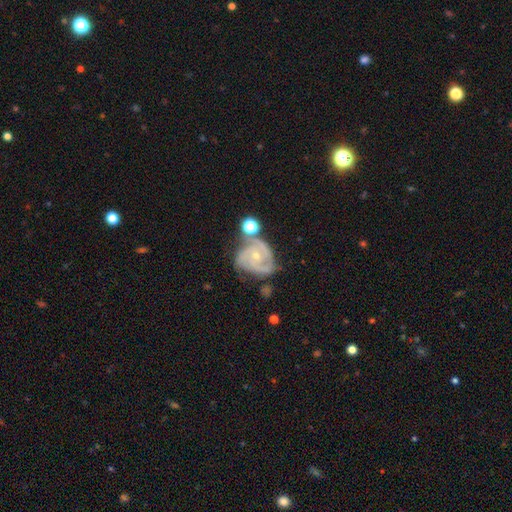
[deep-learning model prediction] Smooth or featured: featured or disk — 85% (smooth — 9%)
Edge-on disk: no — 98% (yes — 2%)
Bar: no — 70% (weak — 25%)
Spiral arms: yes — 96% (no — 4%)
Spiral winding: tight — 54% (medium — 39%)
Spiral arm count: 3 — 48% (2 — 26%)
Bulge size: small — 65% (moderate — 32%)
Merging: none — 51% (minor disturbance — 25%)